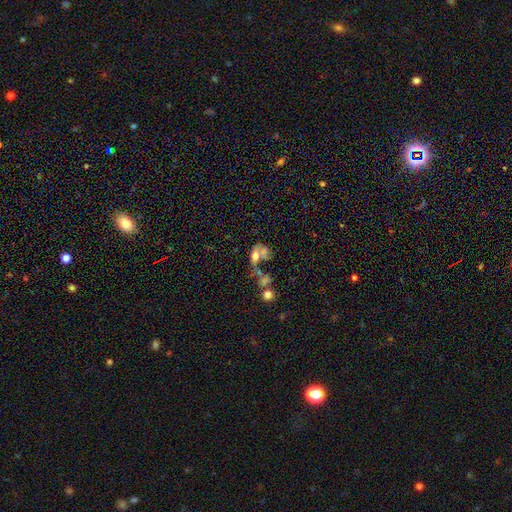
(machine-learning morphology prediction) type=smooth (50%); roundness=in between (73%); merging=merger (50%).